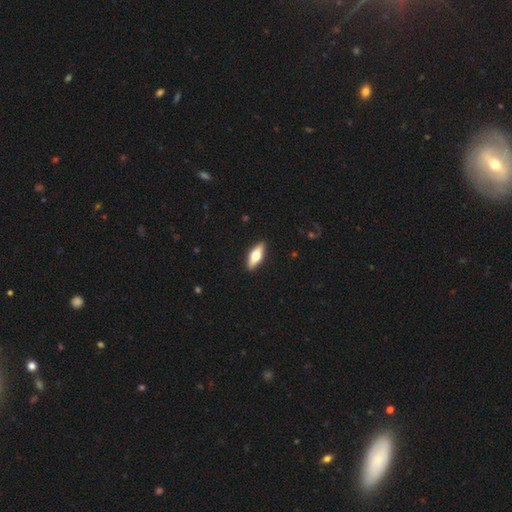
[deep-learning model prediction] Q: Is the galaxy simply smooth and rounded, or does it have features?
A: smooth — 50%.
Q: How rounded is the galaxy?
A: in between — 62%.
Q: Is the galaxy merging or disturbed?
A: none — 91%.